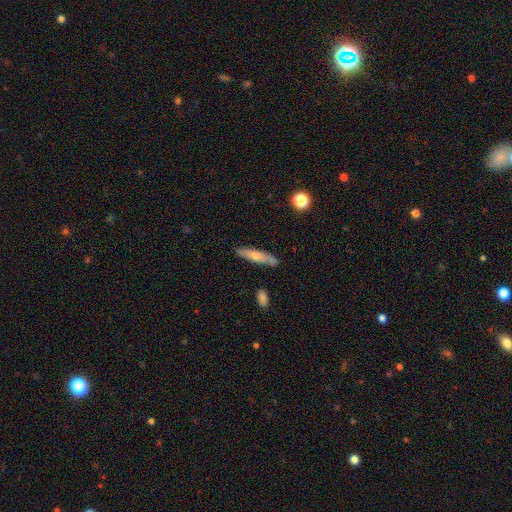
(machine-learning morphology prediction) This appears to be a smooth galaxy with no disk features (53%) that is cigar-shaped (82%). Merging: none (80%).